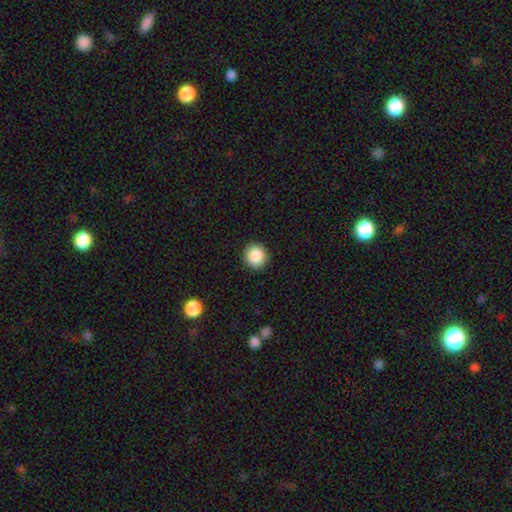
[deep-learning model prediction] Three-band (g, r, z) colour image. It shows a smooth galaxy with no disk features (88%) that is round (92%). Merging: none (92%).